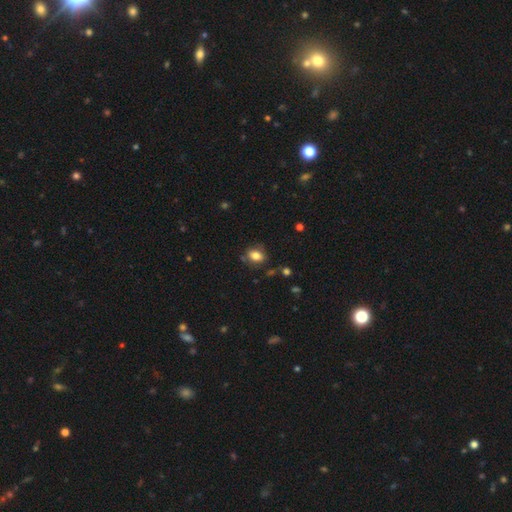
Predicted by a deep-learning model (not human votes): Overall: smooth (82%). How rounded: in between (68%; round 31%). Merging: none (74%).